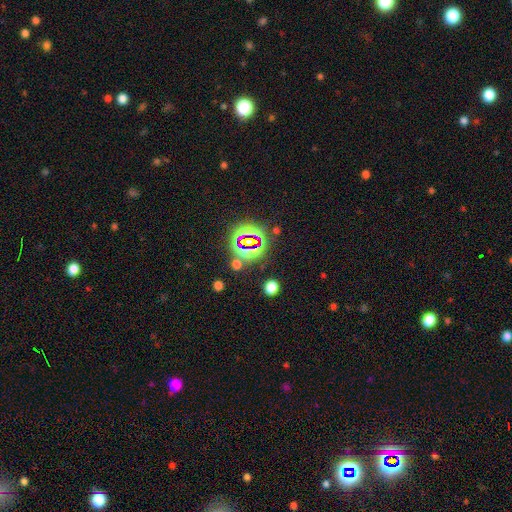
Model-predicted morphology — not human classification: star or artifact 80%, smooth 12%, featured or disk 8%.